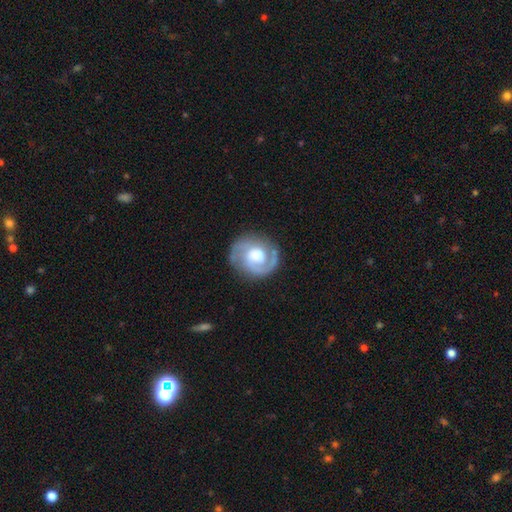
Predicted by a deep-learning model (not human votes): This is clearly a featured or disk galaxy (81%). It is clearly not viewed edge-on (98%). Bar: likely no (65%). Spiral arm pattern: clearly yes (93%). Spiral arm count: likely 2 (71%). Spiral winding: possibly tight (49%). Central bulge: possibly large (46%). Merging: likely none (77%).